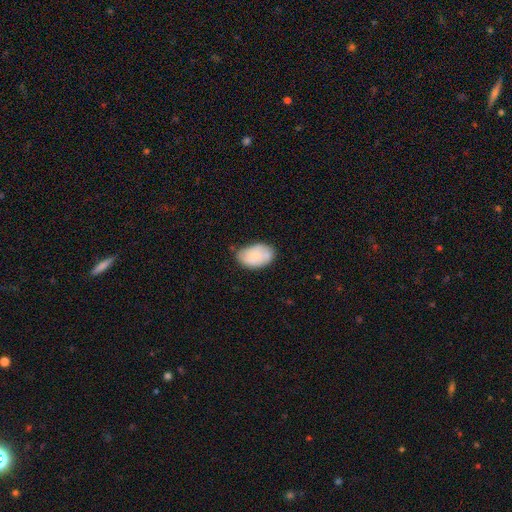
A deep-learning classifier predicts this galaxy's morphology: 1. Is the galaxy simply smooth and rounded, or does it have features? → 75% smooth, 19% featured or disk, 6% star or artifact.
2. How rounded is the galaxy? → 91% in between, 8% round, 1% cigar-shaped.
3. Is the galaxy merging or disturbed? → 59% none, 31% minor disturbance, 6% major disturbance, 4% merger.